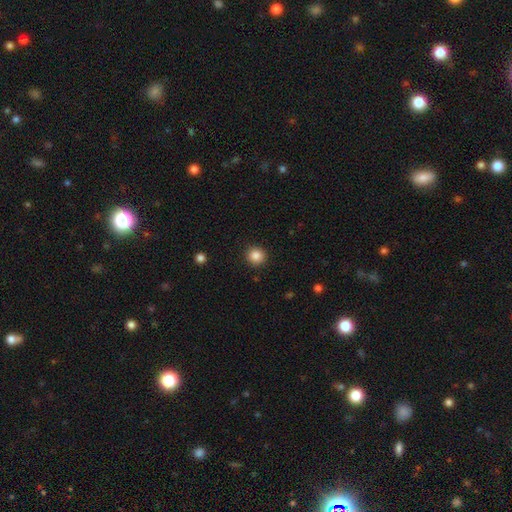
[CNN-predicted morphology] smooth 86%, star or artifact 10%, featured or disk 4%. Down the decision tree: how rounded — round (92%); merging — none (91%).